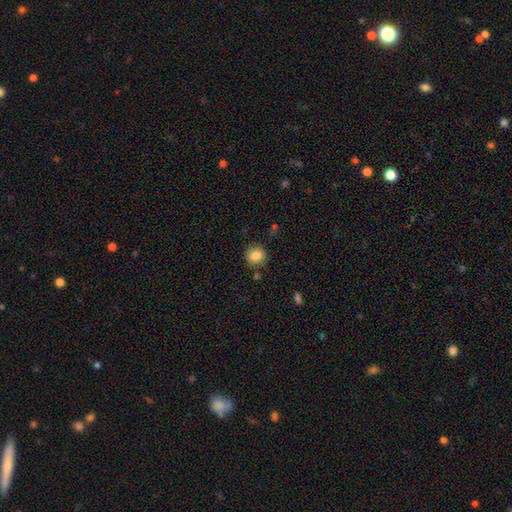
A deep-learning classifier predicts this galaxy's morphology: Q: Smooth or featured?
A: smooth (83%); runner-up: star or artifact (10%)
Q: How rounded?
A: round (82%); runner-up: in between (17%)
Q: Merging?
A: none (83%); runner-up: minor disturbance (11%)